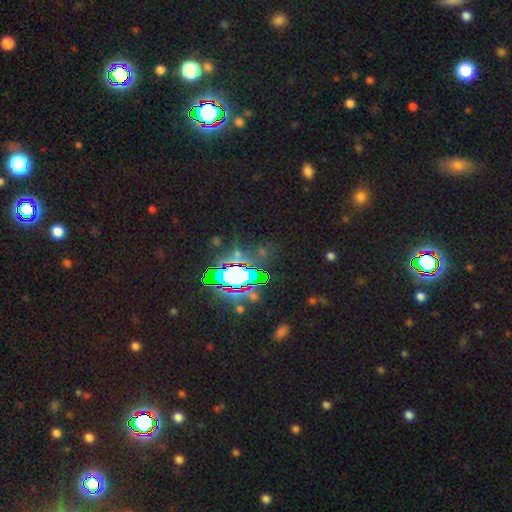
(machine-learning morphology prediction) star or artifact 81%, smooth 11%, featured or disk 8%.